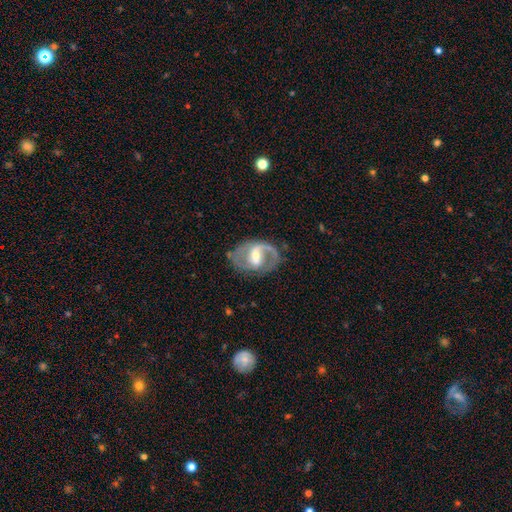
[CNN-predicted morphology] Smooth or featured? featured or disk (85%)
Edge-on disk? no (97%)
Bar? weak (49%)
Spiral arms? yes (92%)
Spiral winding? medium (53%)
Spiral arm count? 2 (72%)
Bulge size? moderate (52%)
Merging? none (67%)